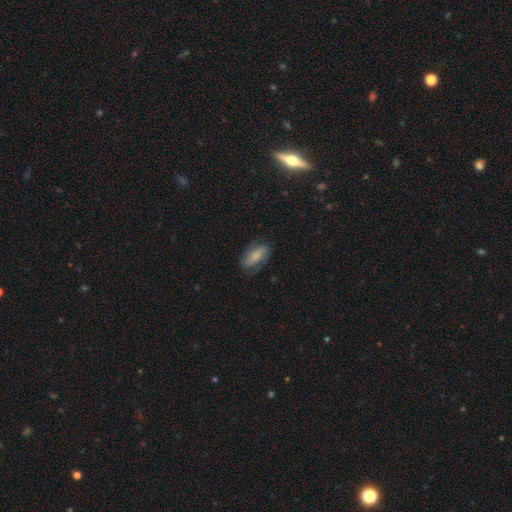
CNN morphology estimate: This appears to be a smooth galaxy with no disk features (67%) that is in between round and cigar-shaped (86%). Merging: none (70%).